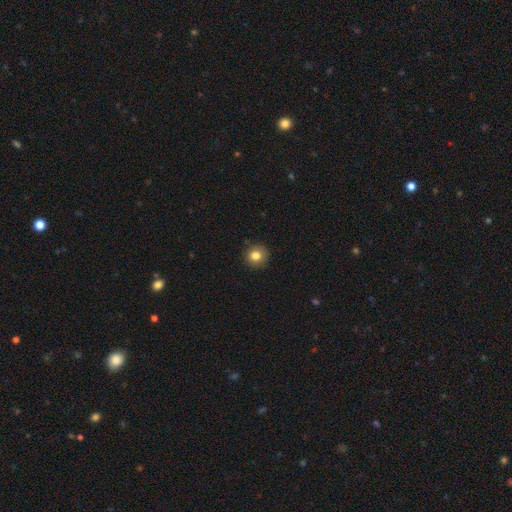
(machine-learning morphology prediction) The model was most divided on "smooth or featured": smooth: 82%, star or artifact: 11%, featured or disk: 7%. More confident: how rounded — round (92%); merging — none (90%).